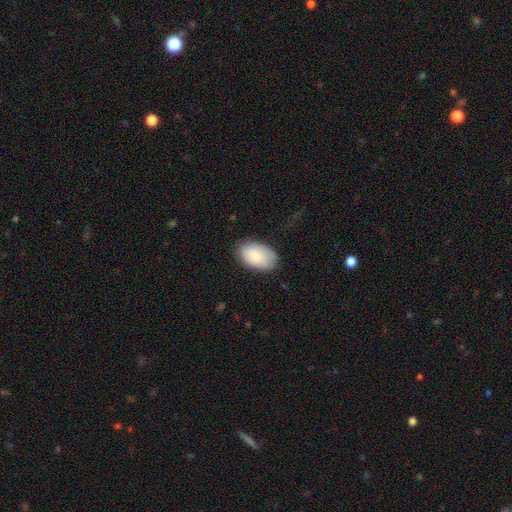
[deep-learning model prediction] A smooth galaxy with no disk features (83%) that is in between round and cigar-shaped (93%). Merging: none (77%).